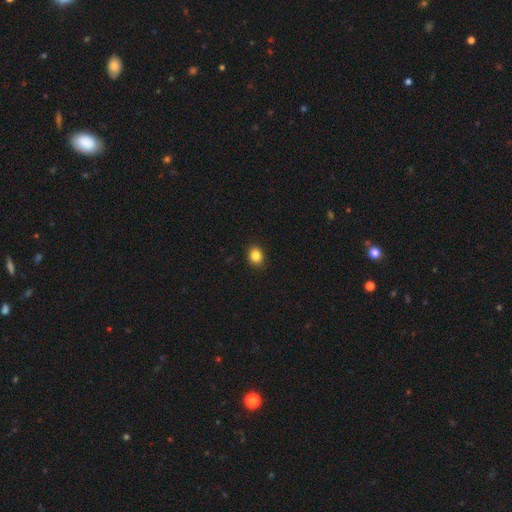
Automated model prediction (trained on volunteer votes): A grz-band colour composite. It shows a smooth galaxy with no disk features (85%) that is round (57%). Merging: none (90%).